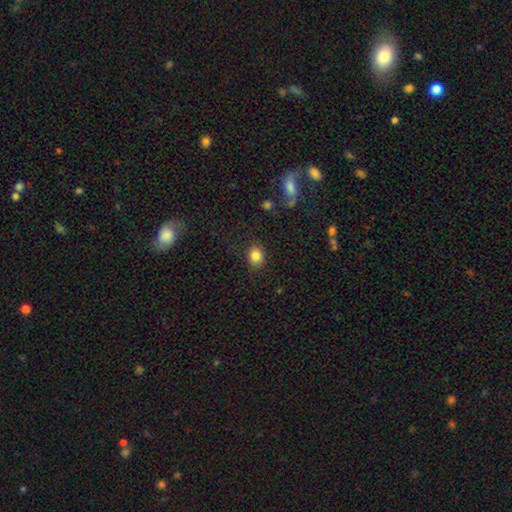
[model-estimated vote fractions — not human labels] smooth-or-featured: smooth: 84% | star or artifact: 10% | featured or disk: 6%
  how-rounded: in between: 52% | round: 47% | cigar-shaped: 1%
  merging: none: 84% | minor disturbance: 12% | major disturbance: 3% | merger: 1%